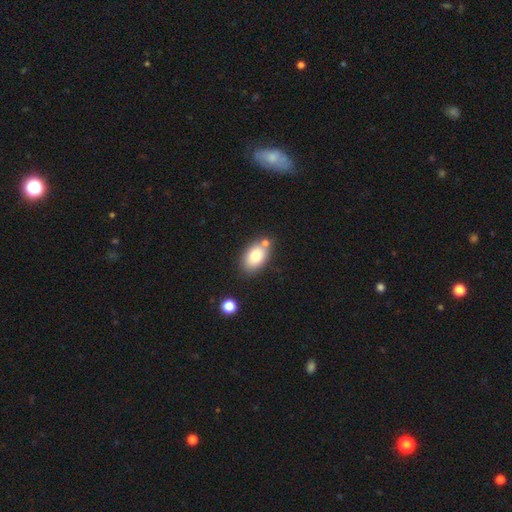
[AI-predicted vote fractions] smooth_or_featured: smooth (p=0.78) [alt: featured or disk p=0.14]
how_rounded: in between (p=0.87) [alt: round p=0.11]
merging: none (p=0.66) [alt: merger p=0.17]